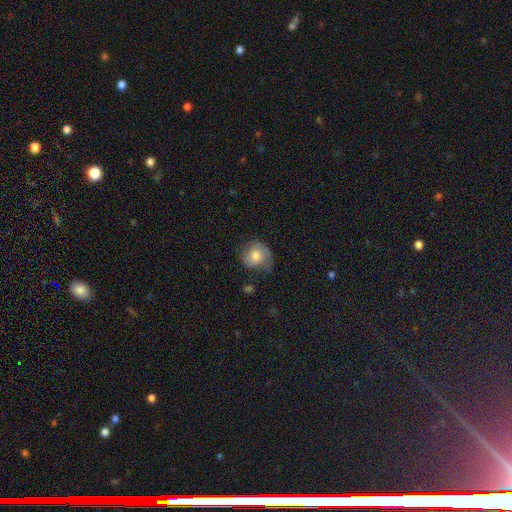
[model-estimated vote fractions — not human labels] A smooth galaxy with no disk features (71%) that is round (79%).

Vote fractions:
- Smooth or featured? smooth: 71% / featured or disk: 21% / star or artifact: 8%
- How rounded? round: 79% / in between: 20% / cigar-shaped: 1%
- Merging? none: 55% / minor disturbance: 30% / major disturbance: 12% / merger: 2%